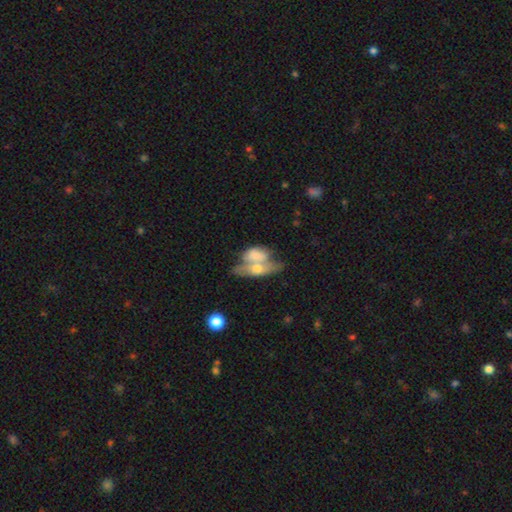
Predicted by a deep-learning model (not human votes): smooth-or-featured: smooth: 55% | featured or disk: 38% | star or artifact: 7%
  how-rounded: in between: 81% | round: 11% | cigar-shaped: 8%
  merging: merger: 69% | none: 15% | minor disturbance: 8% | major disturbance: 8%